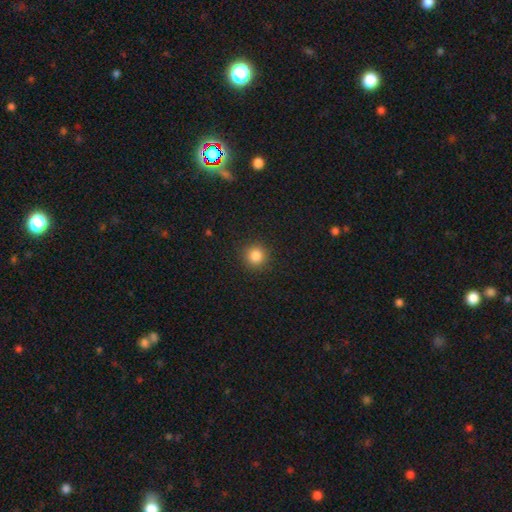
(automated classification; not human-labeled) smooth_or_featured: smooth (p=0.84) [alt: star or artifact p=0.11]
how_rounded: round (p=0.94) [alt: in between p=0.05]
merging: none (p=0.91) [alt: minor disturbance p=0.06]